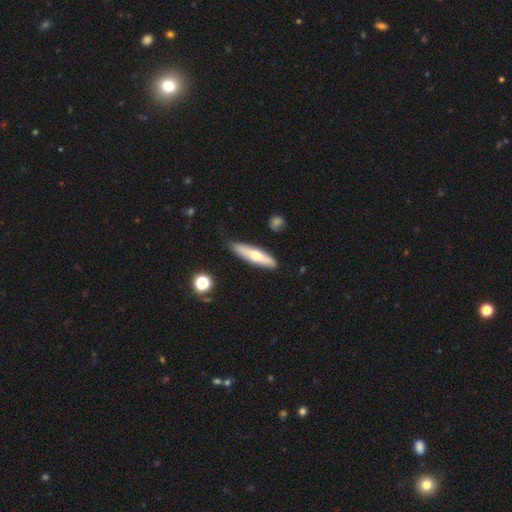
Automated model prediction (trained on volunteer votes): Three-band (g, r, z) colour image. It shows a smooth galaxy with no disk features (52%) that is cigar-shaped (74%). Merging: none (79%).